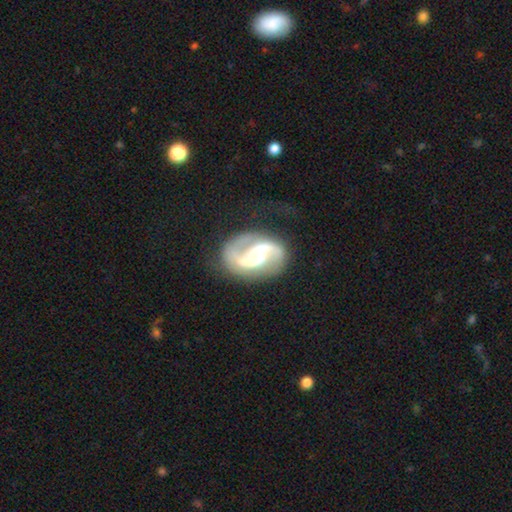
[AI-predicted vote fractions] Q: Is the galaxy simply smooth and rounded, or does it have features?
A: featured or disk — 91%.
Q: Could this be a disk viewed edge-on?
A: no — 98%.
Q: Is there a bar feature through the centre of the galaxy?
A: weak — 44%.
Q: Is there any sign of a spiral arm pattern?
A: yes — 98%.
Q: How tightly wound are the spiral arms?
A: medium — 51%.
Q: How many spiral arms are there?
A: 2 — 94%.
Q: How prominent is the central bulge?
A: moderate — 43%.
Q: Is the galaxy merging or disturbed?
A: none — 72%.